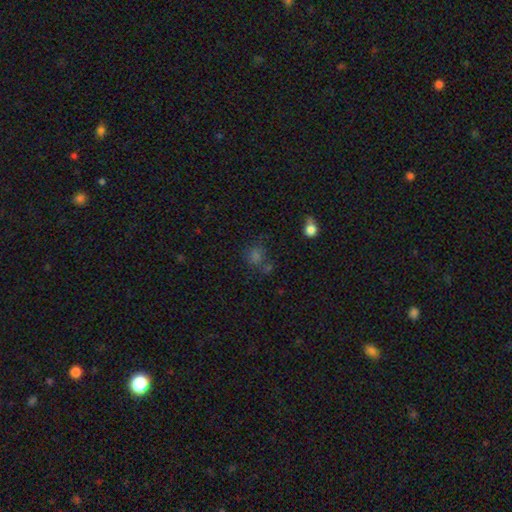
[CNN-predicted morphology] A smooth galaxy with no disk features (58%) that is round (75%).

Vote fractions:
- Smooth or featured? smooth: 58% / star or artifact: 32% / featured or disk: 10%
- How rounded? round: 75% / in between: 23% / cigar-shaped: 1%
- Merging? none: 60% / merger: 17% / minor disturbance: 15% / major disturbance: 9%